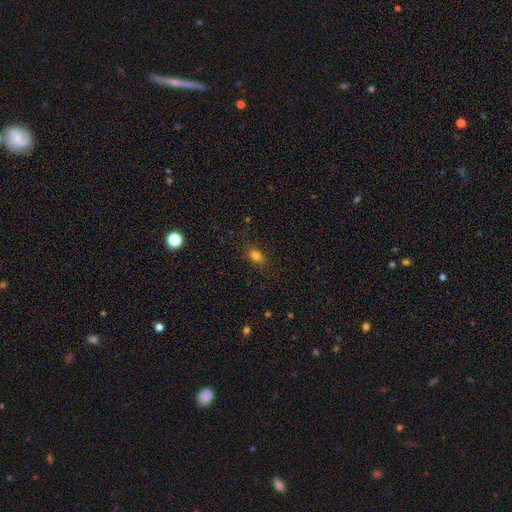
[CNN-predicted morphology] This appears to be a smooth galaxy with no disk features (80%) that is in between round and cigar-shaped (77%). Merging: none (80%).